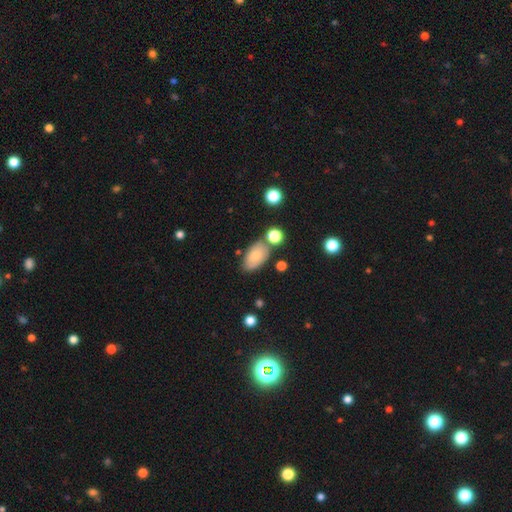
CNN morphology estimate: The model was most divided on "merging": none: 64%, minor disturbance: 20%, merger: 11%, major disturbance: 5%. More confident: how rounded — in between (92%); smooth or featured — smooth (74%).